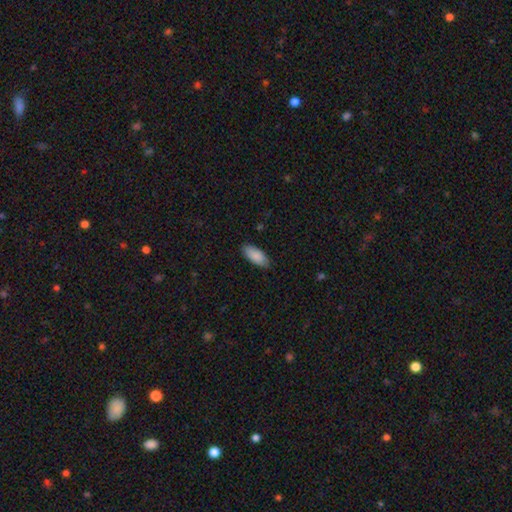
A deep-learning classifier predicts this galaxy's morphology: This appears to be a smooth galaxy with no disk features (88%) that is in between round and cigar-shaped (89%). Merging: none (86%).